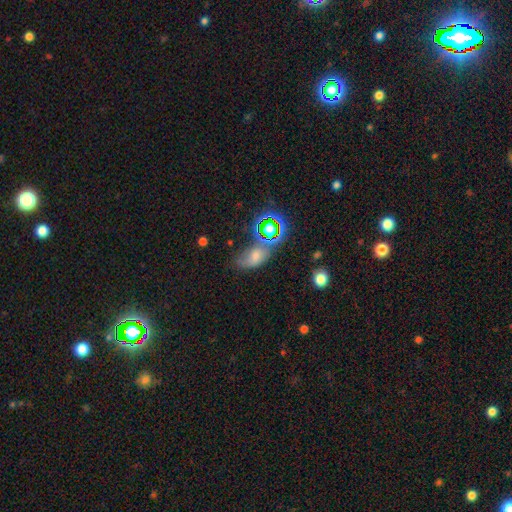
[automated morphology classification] type=smooth (43%); merging=none (48%).